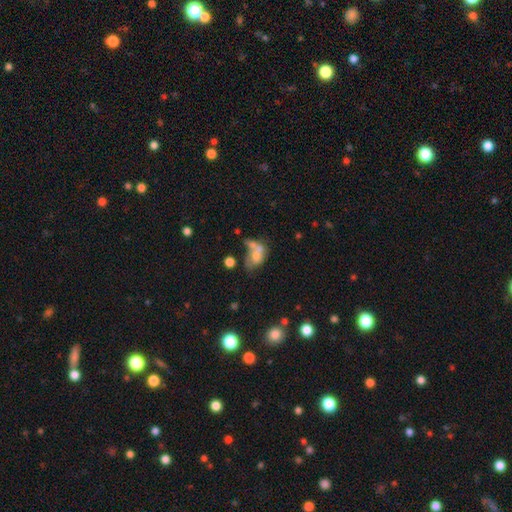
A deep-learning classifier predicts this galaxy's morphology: The model was most divided on "smooth or featured": smooth: 52%, featured or disk: 36%, star or artifact: 12%. Remaining: how rounded — in between (77%); merging — merger (50%).